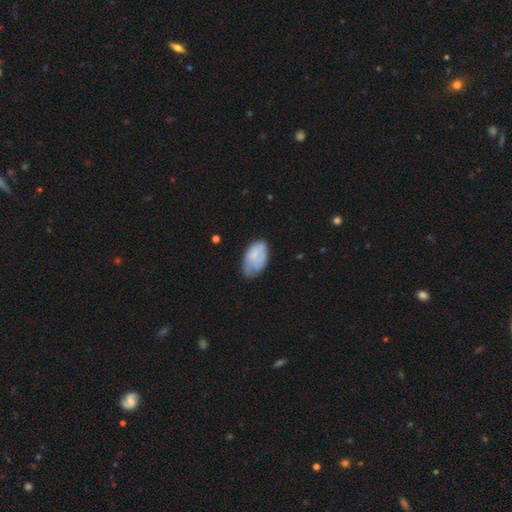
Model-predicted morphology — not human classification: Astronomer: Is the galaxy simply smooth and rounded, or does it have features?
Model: smooth — 65%.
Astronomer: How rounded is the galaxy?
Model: in between — 93%.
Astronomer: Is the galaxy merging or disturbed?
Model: none — 48% (runner-up: minor disturbance, 37%).